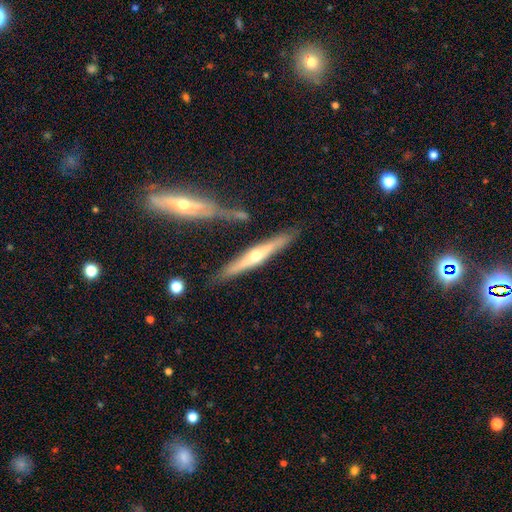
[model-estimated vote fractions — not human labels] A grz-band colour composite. It shows a featured or disk galaxy (70%) viewed edge-on (94%) with a rounded central bulge (88%). Merging: none (69%).